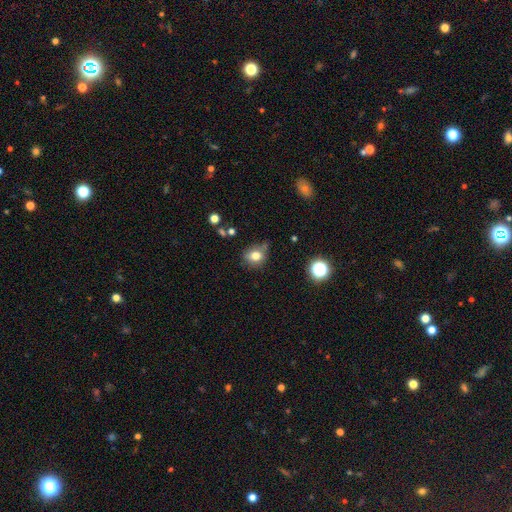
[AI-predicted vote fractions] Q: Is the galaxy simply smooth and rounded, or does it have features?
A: smooth — 77%.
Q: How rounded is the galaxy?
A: round — 65%.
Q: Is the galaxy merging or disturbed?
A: none — 63%.